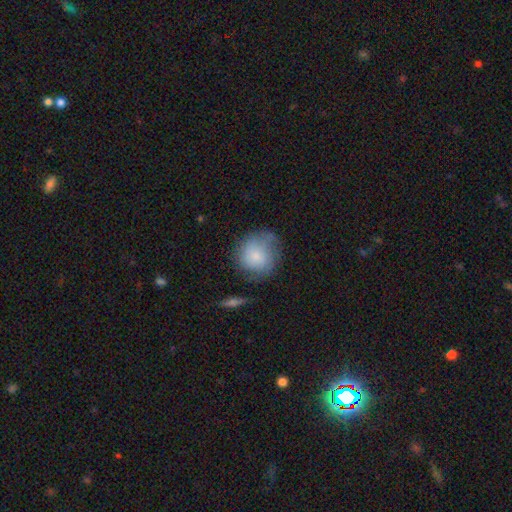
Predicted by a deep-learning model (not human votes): The model was most divided on "merging": none: 59%, minor disturbance: 26%, major disturbance: 12%, merger: 3%. More confident: how rounded — round (87%); smooth or featured — smooth (68%).